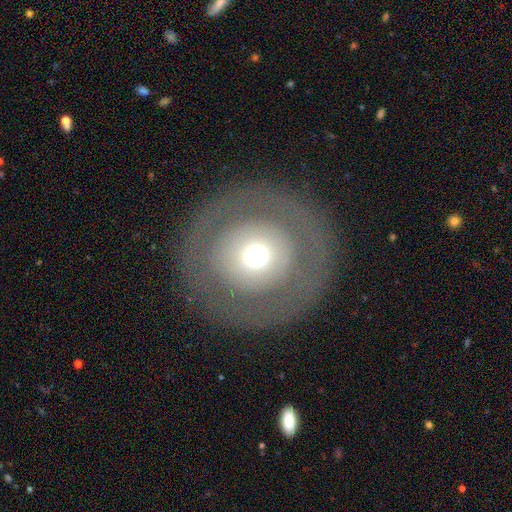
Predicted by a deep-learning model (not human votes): Overall: smooth (46%; featured or disk 44%). Merging: none (77%).